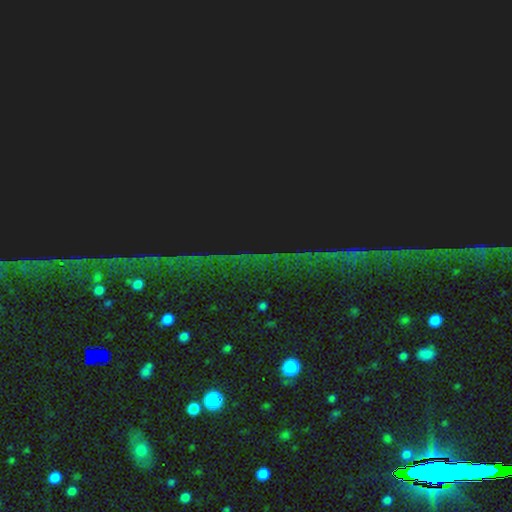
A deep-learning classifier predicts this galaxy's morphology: smooth-or-featured: star or artifact: 85% | smooth: 8% | featured or disk: 7%